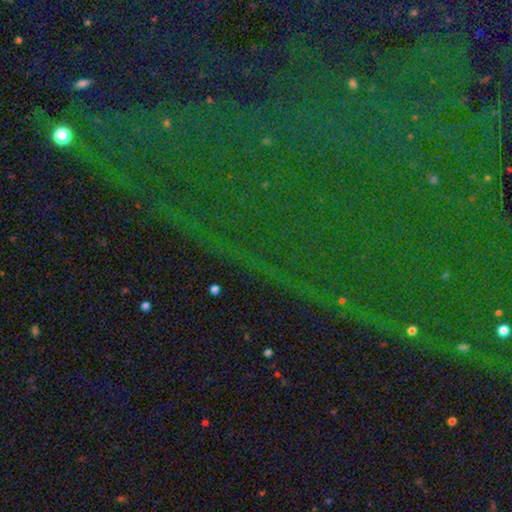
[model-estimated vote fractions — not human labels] This appears to be a star or artifact, not a galaxy (86%).